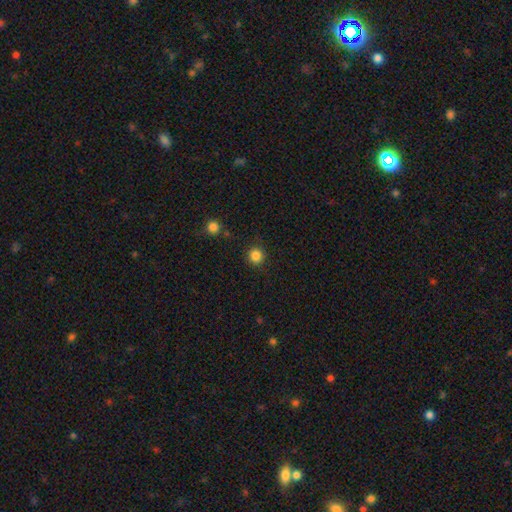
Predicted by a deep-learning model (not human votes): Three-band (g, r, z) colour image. It shows a smooth galaxy with no disk features (85%) that is round (93%). Merging: none (90%).